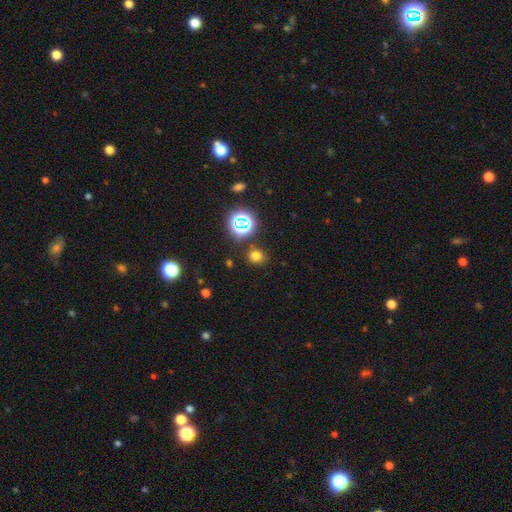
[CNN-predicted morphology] Smooth or featured: smooth — 69% (star or artifact — 25%)
How rounded: round — 78% (in between — 21%)
Merging: none — 84% (minor disturbance — 9%)